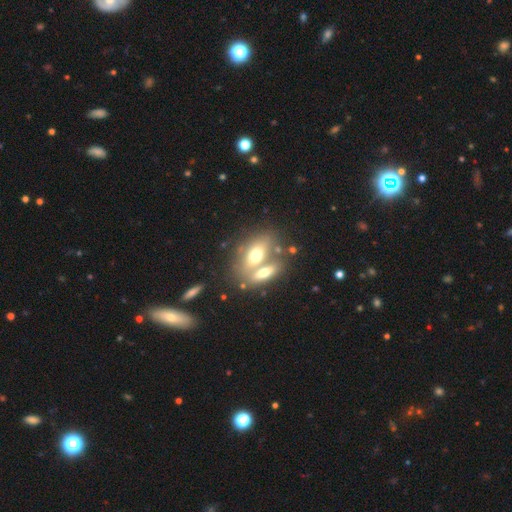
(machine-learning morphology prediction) Q: Smooth or featured?
A: smooth (59%); runner-up: featured or disk (32%)
Q: How rounded?
A: in between (76%); runner-up: cigar-shaped (14%)
Q: Merging?
A: merger (49%); runner-up: none (38%)